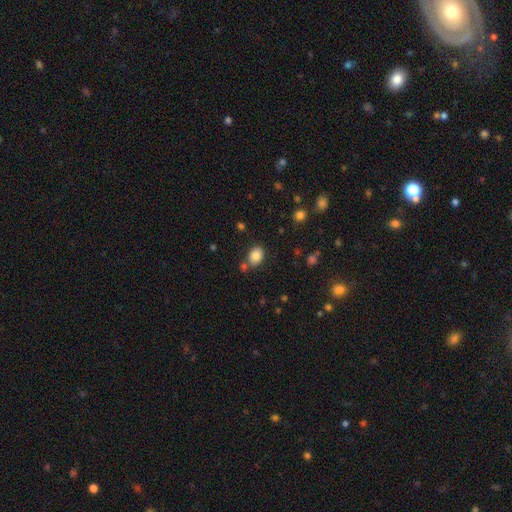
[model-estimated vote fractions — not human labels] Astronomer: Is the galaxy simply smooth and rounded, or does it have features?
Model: smooth — 84%.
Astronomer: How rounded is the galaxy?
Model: in between — 62%.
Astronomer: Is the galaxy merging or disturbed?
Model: none — 72%.